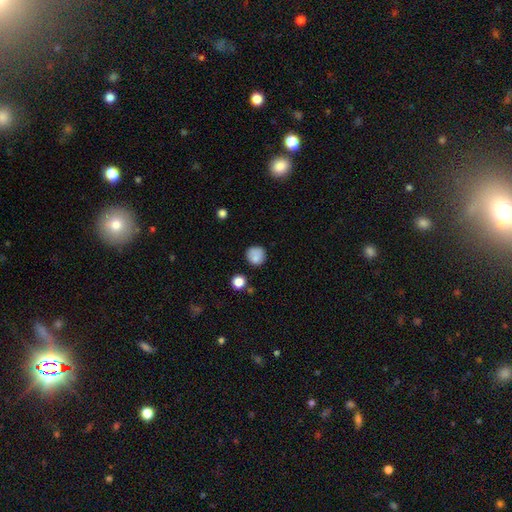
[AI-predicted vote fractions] Morphology: type=smooth (84%); roundness=round (92%); merging=none (80%).